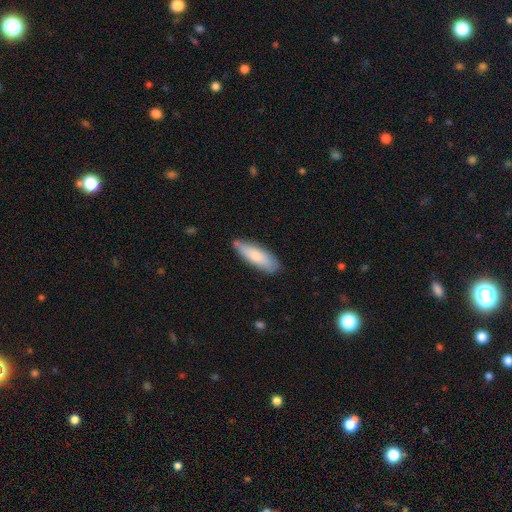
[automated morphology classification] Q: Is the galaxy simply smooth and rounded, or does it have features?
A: smooth — 78%.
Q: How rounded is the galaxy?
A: cigar-shaped — 53%.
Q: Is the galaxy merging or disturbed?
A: none — 78%.